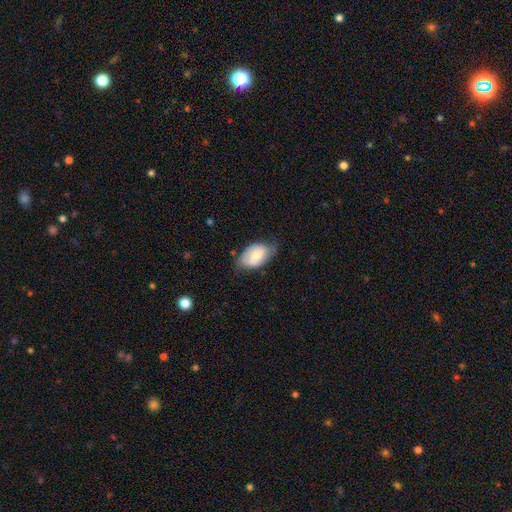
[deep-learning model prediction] Smooth or featured? smooth (63%)
How rounded? in between (92%)
Merging? none (59%)